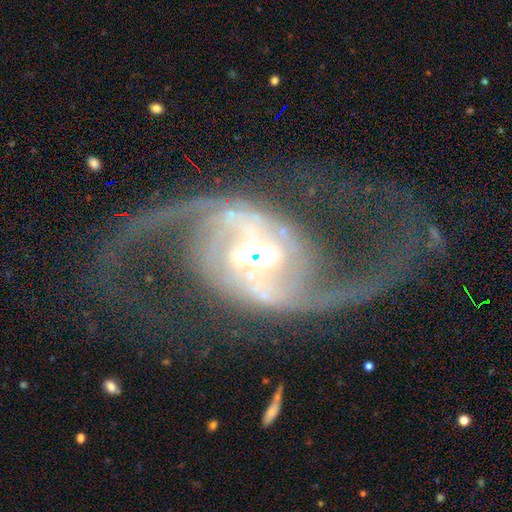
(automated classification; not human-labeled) featured or disk 91%, star or artifact 5%, smooth 4%. Down the decision tree: edge-on disk — no (98%); bar — weak (39%); spiral arms — yes (97%); spiral arm count — 2 (91%); spiral winding — loose (58%); bulge size — moderate (56%); merging — none (54%).